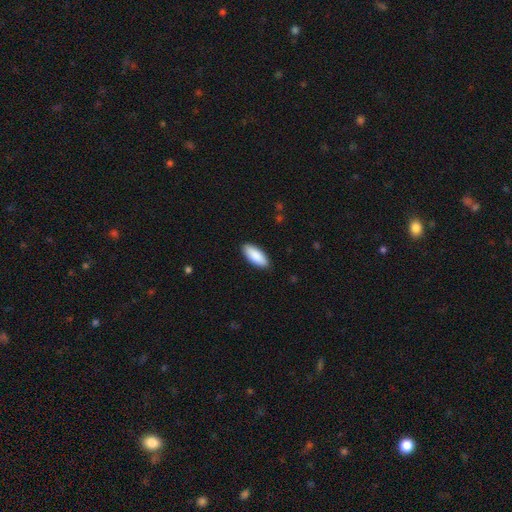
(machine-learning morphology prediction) Smooth or featured? Predicted: smooth (p=0.90). How rounded? Predicted: in between (p=0.83). Merging? Predicted: none (p=0.89).